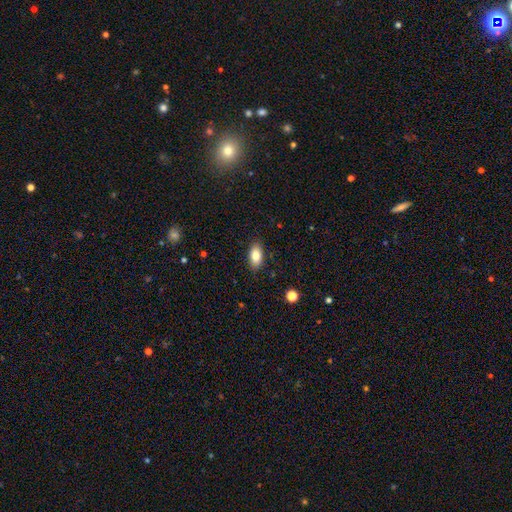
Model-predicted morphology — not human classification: smooth_or_featured: smooth (p=0.82) [alt: featured or disk p=0.10]
how_rounded: in between (p=0.91) [alt: round p=0.05]
merging: none (p=0.87) [alt: minor disturbance p=0.10]